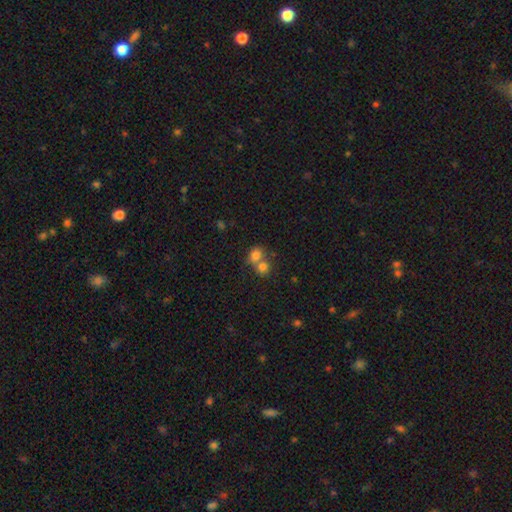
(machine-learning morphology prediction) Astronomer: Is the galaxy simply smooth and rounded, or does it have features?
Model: smooth — 78%.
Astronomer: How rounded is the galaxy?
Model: round — 61% (runner-up: in between, 38%).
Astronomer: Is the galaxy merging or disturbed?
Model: merger — 57% (runner-up: none, 32%).